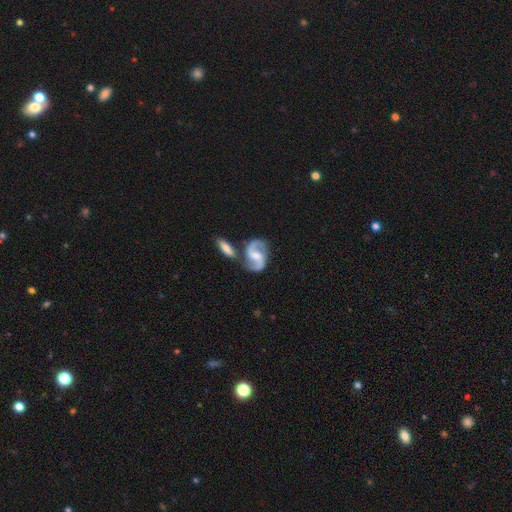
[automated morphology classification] The model was most divided on "bulge size": moderate: 50%, small: 38%, none: 7%, large: 5%, dominant: 1%. Remaining: edge-on disk — no (97%); spiral arms — yes (97%); spiral arm count — 2 (94%); smooth or featured — featured or disk (88%); merging — none (62%); spiral winding — medium (55%); bar — weak (47%).